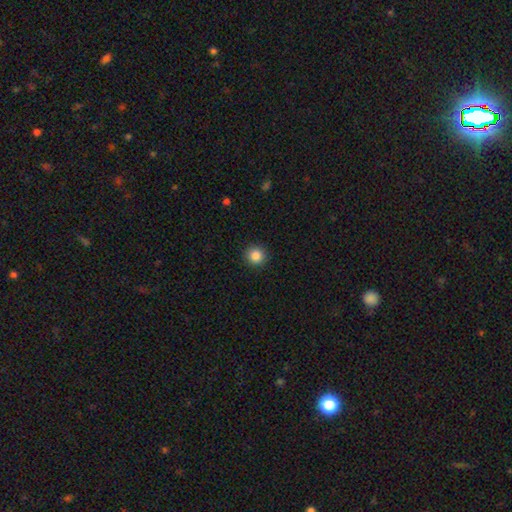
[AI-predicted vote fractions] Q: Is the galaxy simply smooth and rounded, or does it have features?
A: smooth — 86%.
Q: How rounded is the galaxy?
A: round — 94%.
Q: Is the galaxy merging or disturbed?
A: none — 92%.